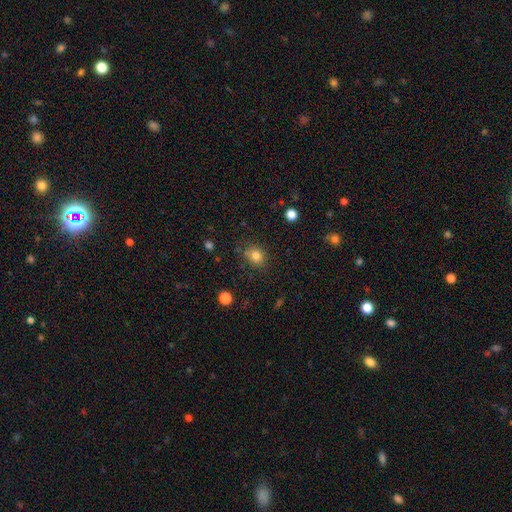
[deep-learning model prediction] smooth 81%, star or artifact 12%, featured or disk 7%. Down the decision tree: how rounded — round (66%); merging — none (76%).